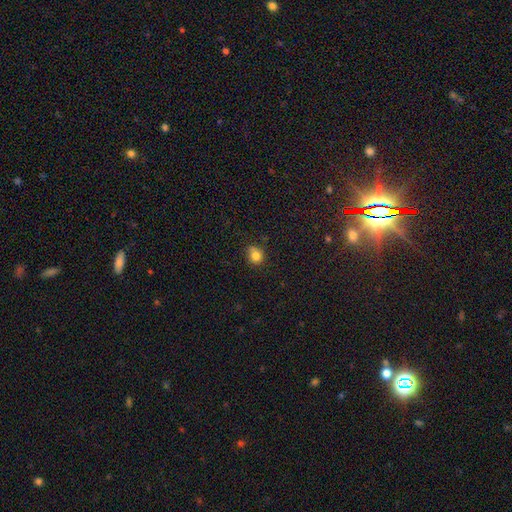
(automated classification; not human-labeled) Smooth or featured? Predicted: smooth (p=0.81). How rounded? Predicted: round (p=0.76). Merging? Predicted: none (p=0.63).